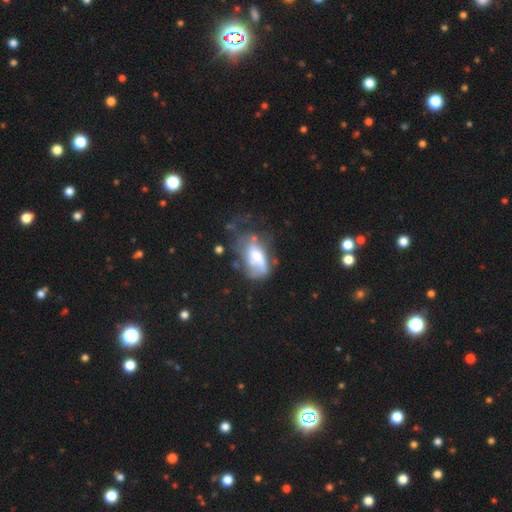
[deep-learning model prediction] A featured or disk galaxy (51%).

Vote fractions:
- Smooth or featured? featured or disk: 51% / smooth: 39% / star or artifact: 10%
- Edge-on disk? no: 92% / yes: 8%
- Merging? major disturbance: 39% / none: 26% / minor disturbance: 22% / merger: 12%